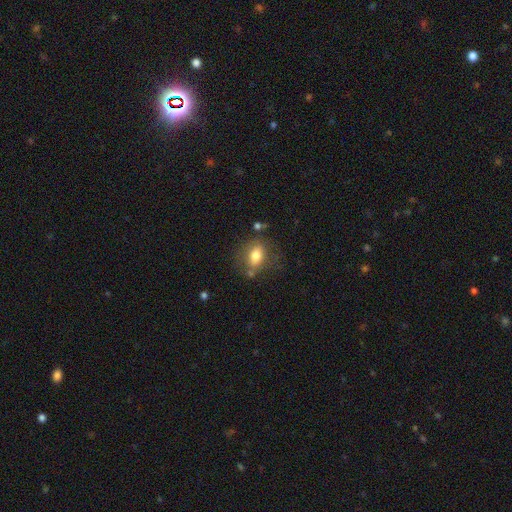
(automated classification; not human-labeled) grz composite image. It shows a smooth galaxy with no disk features (74%) that is in between round and cigar-shaped (75%). Merging: none (67%).